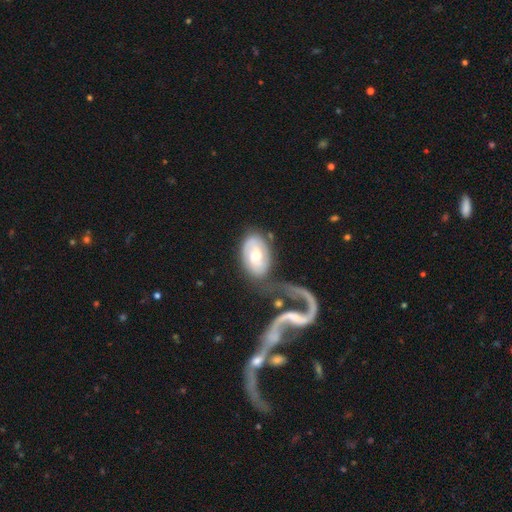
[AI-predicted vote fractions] A featured or disk galaxy (57%) with no bar (51%), spiral arms (78%) and a moderate central bulge (67%). Merging: none (51%).